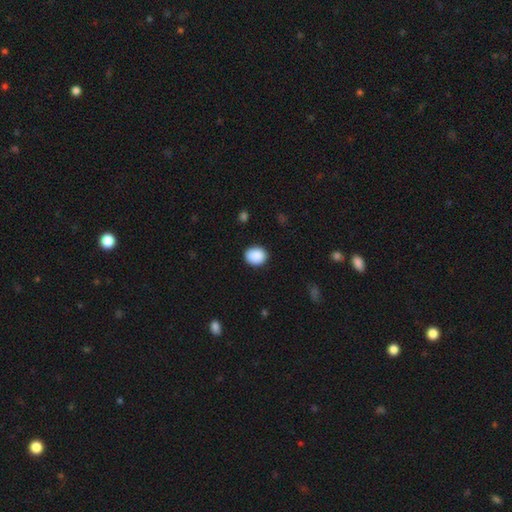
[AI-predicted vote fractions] Smooth or featured? smooth (90%)
How rounded? round (64%)
Merging? none (89%)